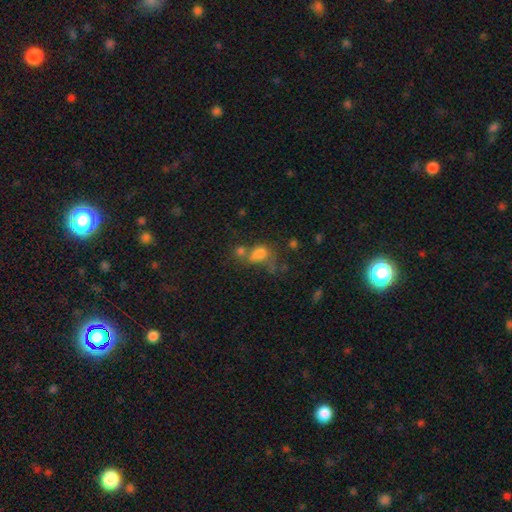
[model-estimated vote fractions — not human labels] A smooth galaxy with no disk features (48%).

Vote fractions:
- Smooth or featured? smooth: 48% / star or artifact: 35% / featured or disk: 17%
- Merging? none: 40% / merger: 35% / minor disturbance: 13% / major disturbance: 12%